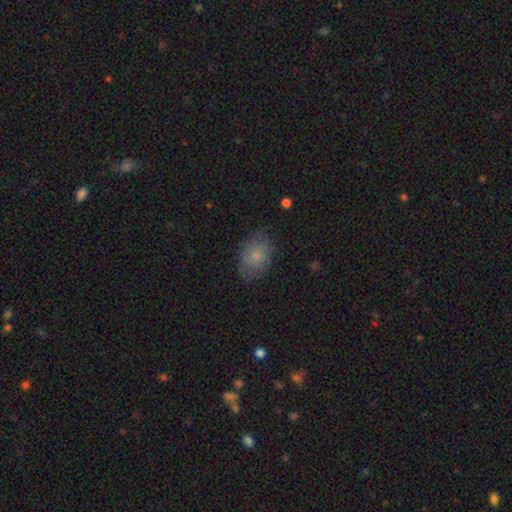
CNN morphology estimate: smooth_or_featured: smooth (p=0.78) [alt: featured or disk p=0.14]
how_rounded: in between (p=0.78) [alt: round p=0.21]
merging: none (p=0.73) [alt: minor disturbance p=0.20]